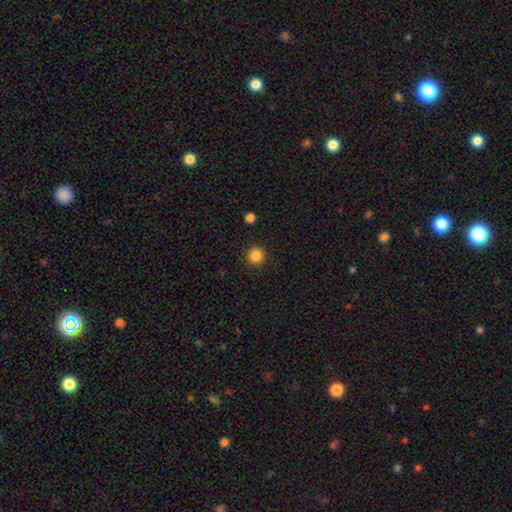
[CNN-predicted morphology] smooth 86%, star or artifact 11%, featured or disk 3%. Down the decision tree: how rounded — round (95%); merging — none (92%).